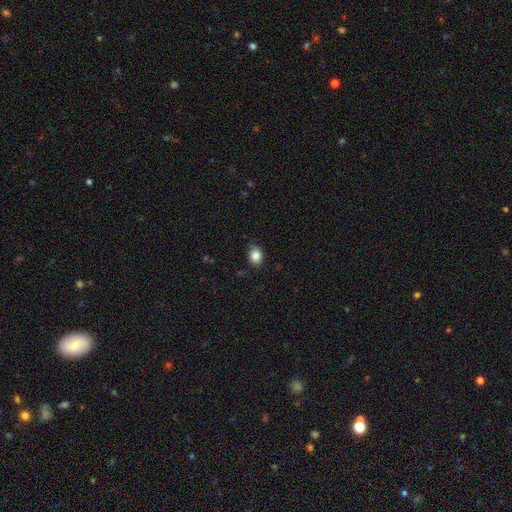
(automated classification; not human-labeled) Smooth or featured? Predicted: smooth (p=0.87). How rounded? Predicted: in between (p=0.51). Merging? Predicted: none (p=0.80).